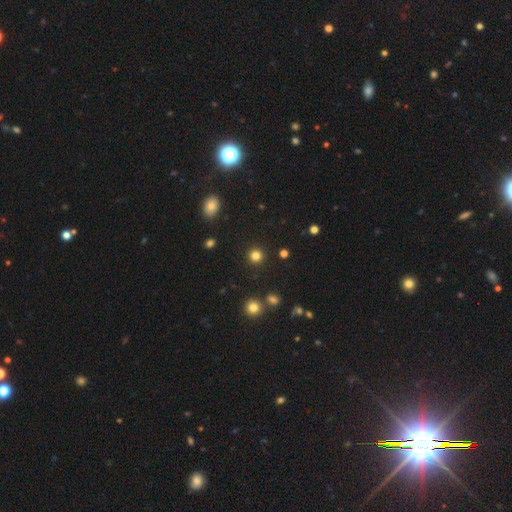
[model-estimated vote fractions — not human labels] Smooth or featured? smooth (82%)
How rounded? round (94%)
Merging? none (91%)